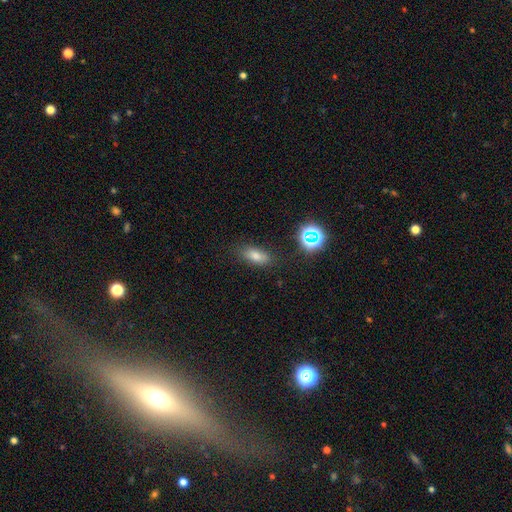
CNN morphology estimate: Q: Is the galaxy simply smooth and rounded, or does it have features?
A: smooth — 72%.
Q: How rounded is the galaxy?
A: in between — 75%.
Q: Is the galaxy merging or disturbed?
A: none — 81%.